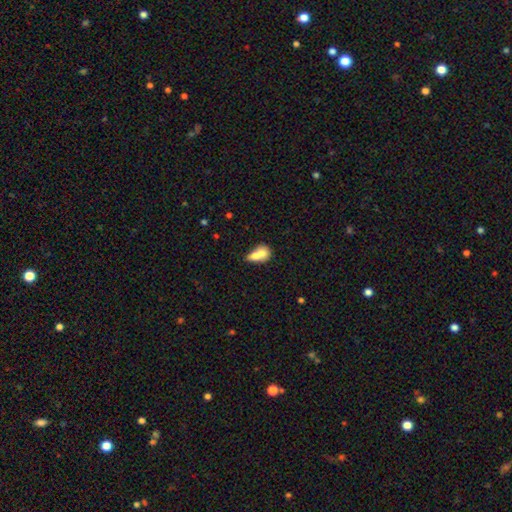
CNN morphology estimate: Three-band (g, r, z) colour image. It shows a smooth galaxy with no disk features (68%) that is in between round and cigar-shaped (58%). Merging: merger (71%).